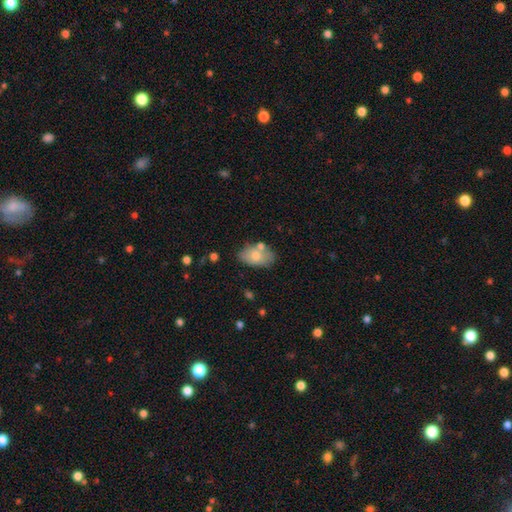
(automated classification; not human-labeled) Smooth or featured? smooth (74%)
How rounded? in between (91%)
Merging? none (66%)